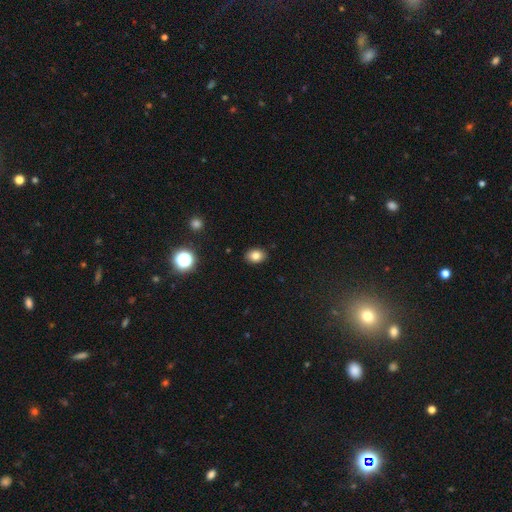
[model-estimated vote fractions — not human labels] A smooth galaxy with no disk features (81%) that is in between round and cigar-shaped (72%).

Vote fractions:
- Smooth or featured? smooth: 81% / star or artifact: 11% / featured or disk: 7%
- How rounded? in between: 72% / round: 27% / cigar-shaped: 1%
- Merging? none: 89% / minor disturbance: 8% / major disturbance: 2% / merger: 1%